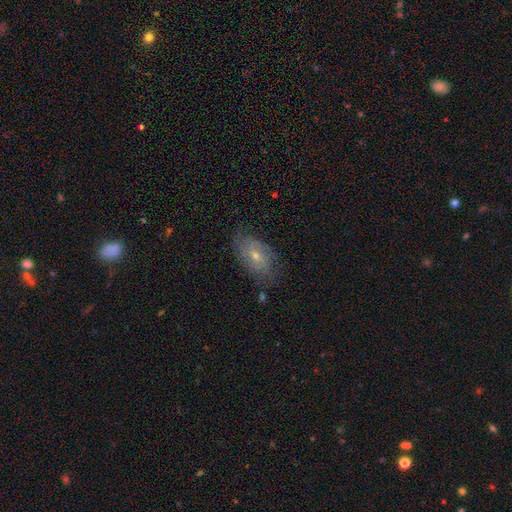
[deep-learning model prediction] The model was most divided on "smooth or featured": featured or disk: 53%, smooth: 35%, star or artifact: 12%. More confident: edge-on disk — no (91%); merging — none (69%).